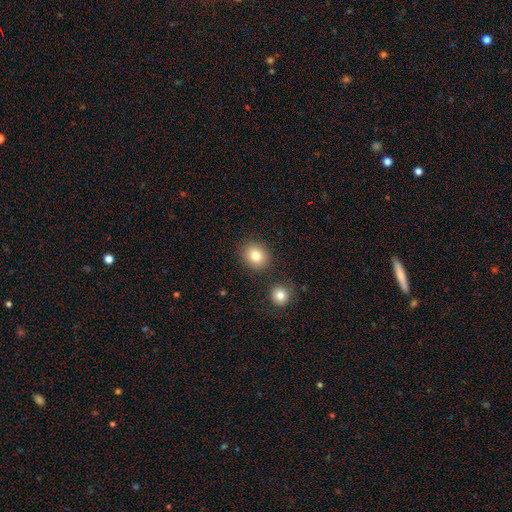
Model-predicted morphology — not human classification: type=smooth (81%); roundness=round (73%); merging=none (83%).